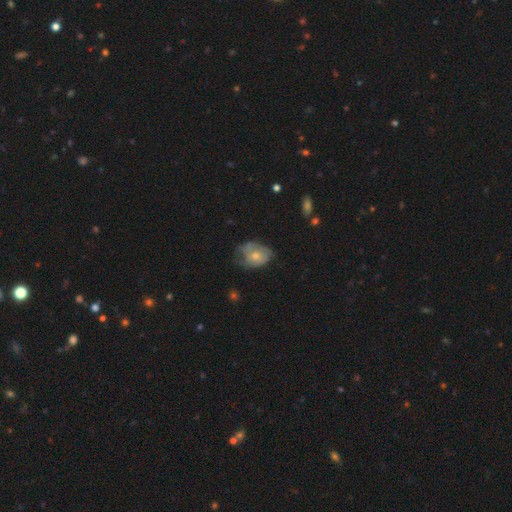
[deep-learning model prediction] smooth-or-featured: smooth: 53% | featured or disk: 39% | star or artifact: 8%
  how-rounded: in between: 71% | round: 28% | cigar-shaped: 1%
  merging: none: 40% | minor disturbance: 35% | major disturbance: 23% | merger: 2%